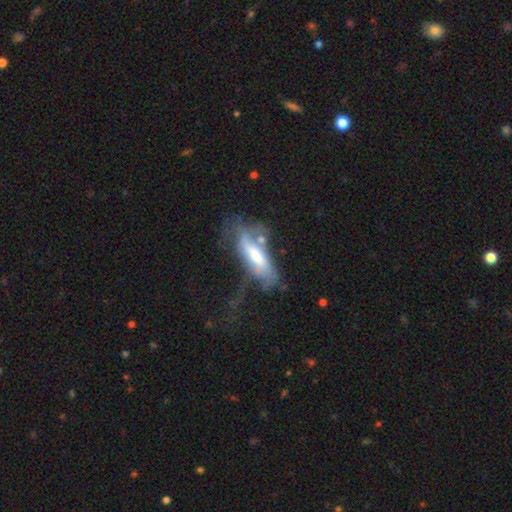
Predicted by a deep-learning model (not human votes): The model was most divided on "smooth or featured": featured or disk: 49%, smooth: 44%, star or artifact: 7%. Remaining: merging — major disturbance (37%).